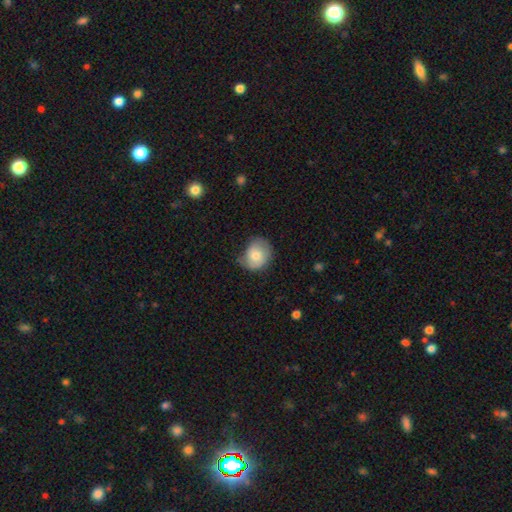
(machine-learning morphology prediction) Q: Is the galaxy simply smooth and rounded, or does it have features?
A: smooth — 72%.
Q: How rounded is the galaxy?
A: round — 63%.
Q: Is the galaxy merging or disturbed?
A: none — 50%.